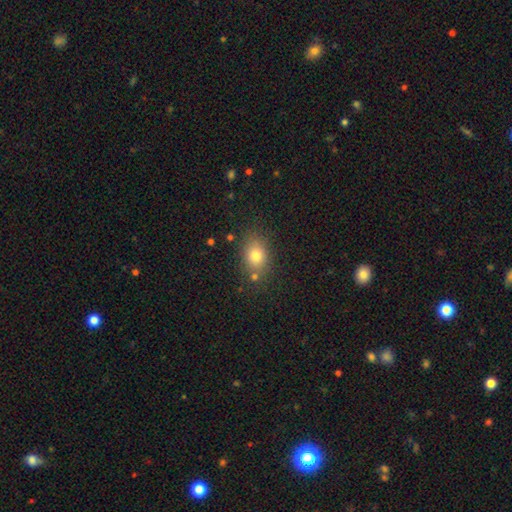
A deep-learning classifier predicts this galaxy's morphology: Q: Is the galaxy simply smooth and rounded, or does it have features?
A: smooth — 78%.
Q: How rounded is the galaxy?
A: in between — 64%.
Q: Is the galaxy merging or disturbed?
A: none — 76%.